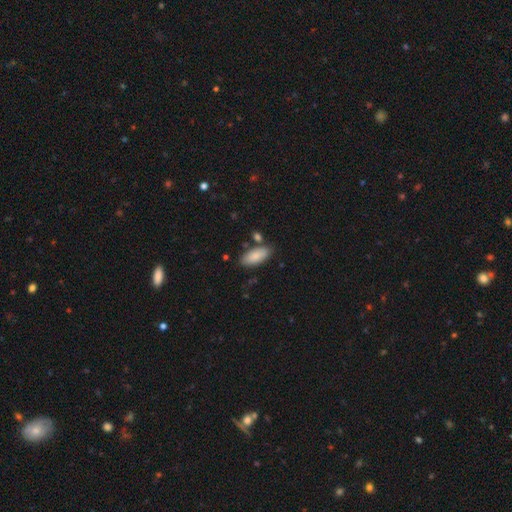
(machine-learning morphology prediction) A smooth galaxy with no disk features (87%) that is in between round and cigar-shaped (86%).

Vote fractions:
- Smooth or featured? smooth: 87% / featured or disk: 7% / star or artifact: 6%
- How rounded? in between: 86% / cigar-shaped: 12% / round: 2%
- Merging? none: 79% / minor disturbance: 12% / merger: 6% / major disturbance: 3%